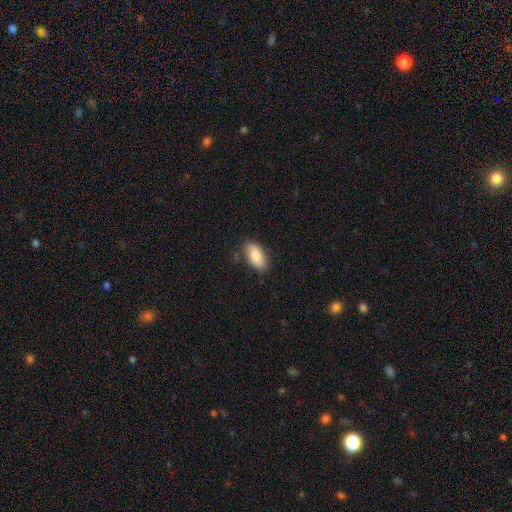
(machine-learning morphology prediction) Smooth or featured? Predicted: smooth (p=0.84). How rounded? Predicted: in between (p=0.90). Merging? Predicted: none (p=0.81).